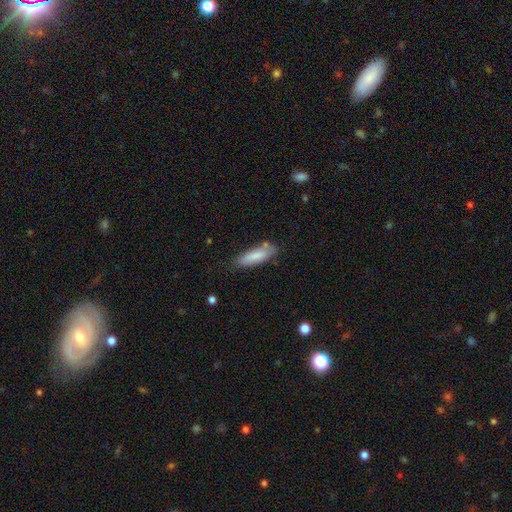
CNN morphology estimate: Smooth or featured? smooth (82%)
How rounded? cigar-shaped (57%)
Merging? none (74%)